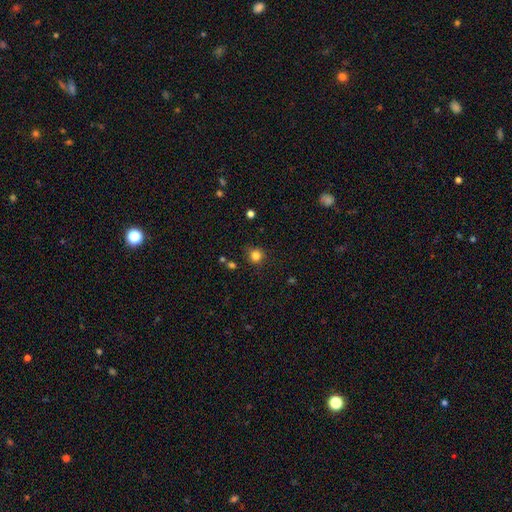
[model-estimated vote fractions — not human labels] The model was most divided on "smooth or featured": smooth: 82%, star or artifact: 13%, featured or disk: 5%. More confident: how rounded — round (91%); merging — none (84%).